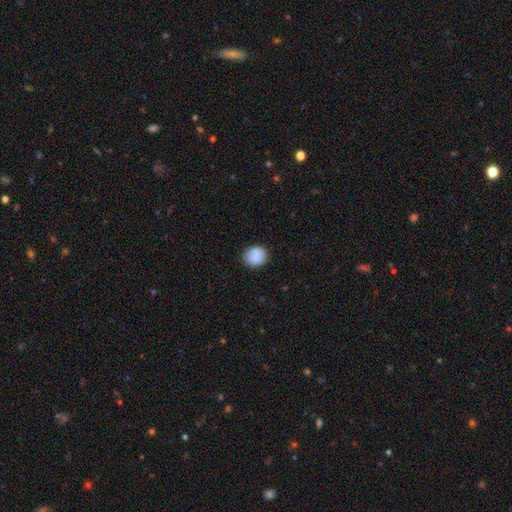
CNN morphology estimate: smooth 87%, star or artifact 8%, featured or disk 6%. Down the decision tree: how rounded — round (74%); merging — none (85%).